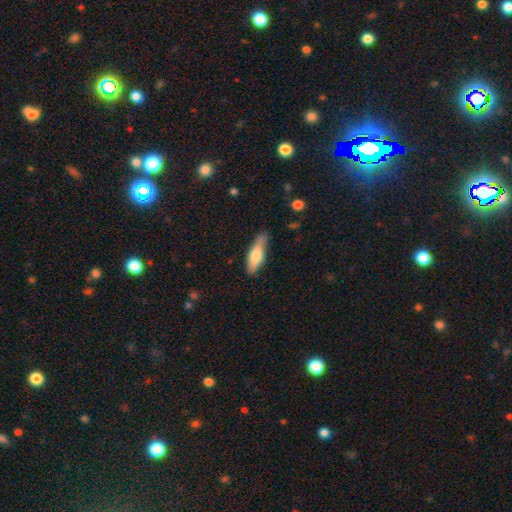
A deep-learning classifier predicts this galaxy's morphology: type=smooth (68%); roundness=cigar-shaped (49%, tied with in between); merging=none (66%).